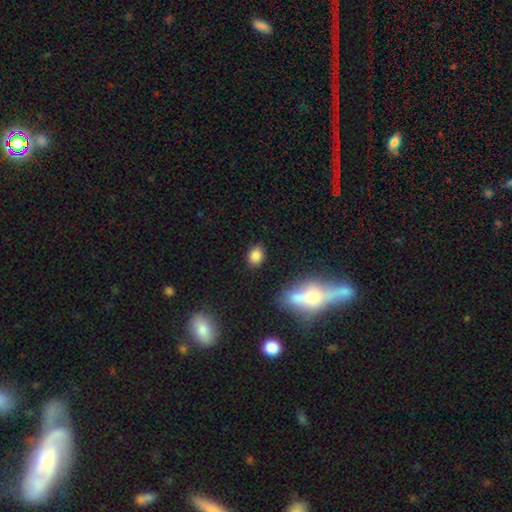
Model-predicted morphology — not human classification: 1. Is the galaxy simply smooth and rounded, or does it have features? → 84% smooth, 10% star or artifact, 6% featured or disk.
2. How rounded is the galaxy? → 67% in between, 31% round, 2% cigar-shaped.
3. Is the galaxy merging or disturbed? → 84% none, 10% minor disturbance, 3% major disturbance, 3% merger.